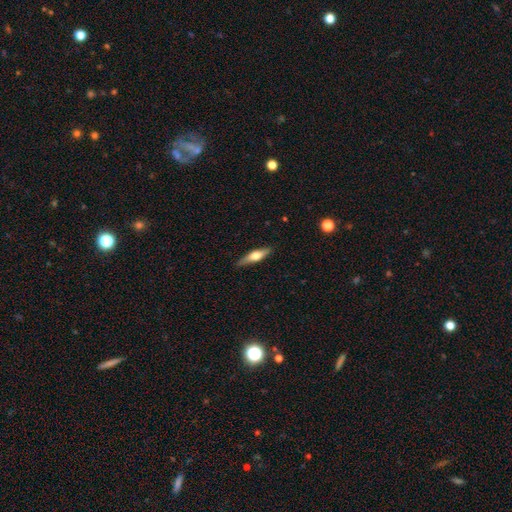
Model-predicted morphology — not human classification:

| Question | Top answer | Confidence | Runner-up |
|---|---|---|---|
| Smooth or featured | smooth | 51% | featured or disk (43%) |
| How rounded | cigar-shaped | 69% | in between (28%) |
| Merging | none | 85% | minor disturbance (12%) |